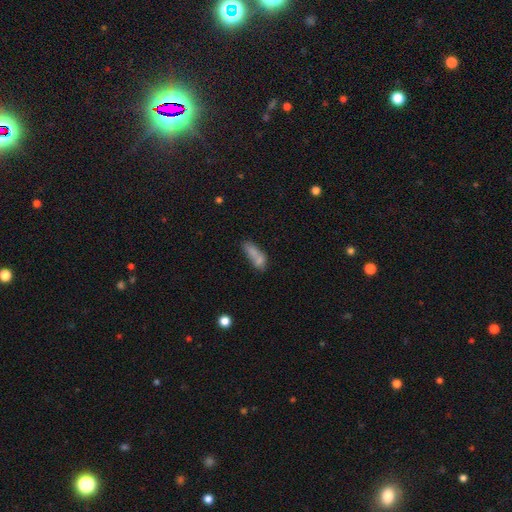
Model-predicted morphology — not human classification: Q: Smooth or featured?
A: smooth (68%); runner-up: featured or disk (20%)
Q: How rounded?
A: in between (69%); runner-up: cigar-shaped (23%)
Q: Merging?
A: merger (49%); runner-up: none (27%)